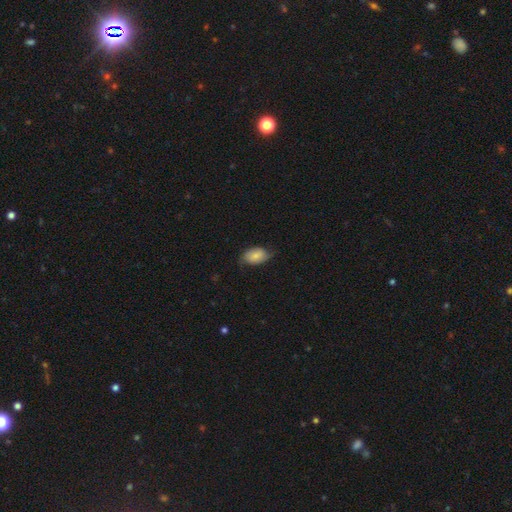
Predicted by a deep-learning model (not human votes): Smooth or featured: smooth — 70% (featured or disk — 23%)
How rounded: in between — 90% (round — 8%)
Merging: none — 62% (minor disturbance — 29%)